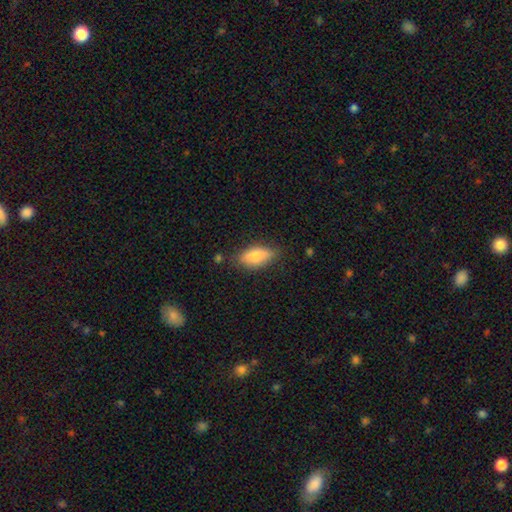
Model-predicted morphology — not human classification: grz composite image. It shows a smooth galaxy with no disk features (75%) that is in between round and cigar-shaped (79%). Merging: none (77%).